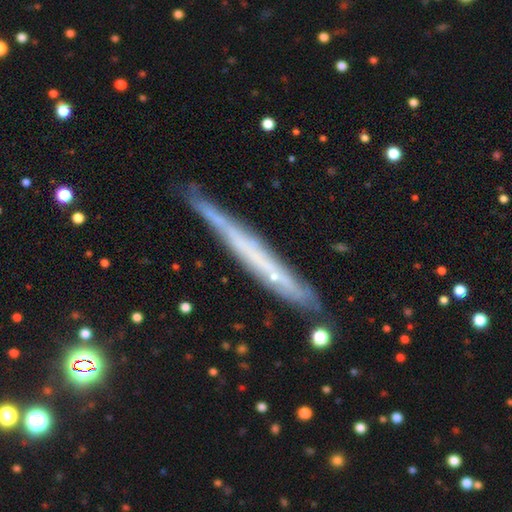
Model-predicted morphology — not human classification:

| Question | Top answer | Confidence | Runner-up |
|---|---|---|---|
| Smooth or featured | featured or disk | 63% | smooth (28%) |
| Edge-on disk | yes | 91% | no (9%) |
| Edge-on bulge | none | 86% | rounded (10%) |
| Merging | none | 79% | minor disturbance (17%) |